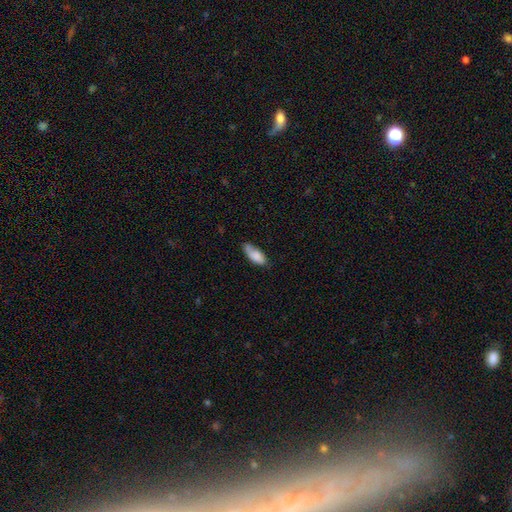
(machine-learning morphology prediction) A smooth galaxy with no disk features (80%) that is in between round and cigar-shaped (80%). Merging: none (56%).